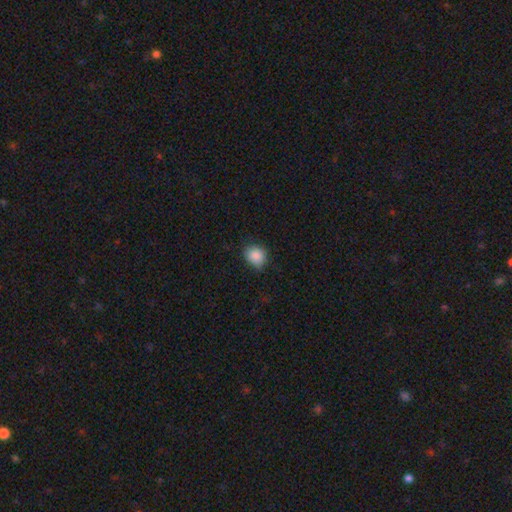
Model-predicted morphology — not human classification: The model was most divided on "how rounded": round: 68%, in between: 31%, cigar-shaped: 1%. More confident: smooth or featured — smooth (87%); merging — none (74%).